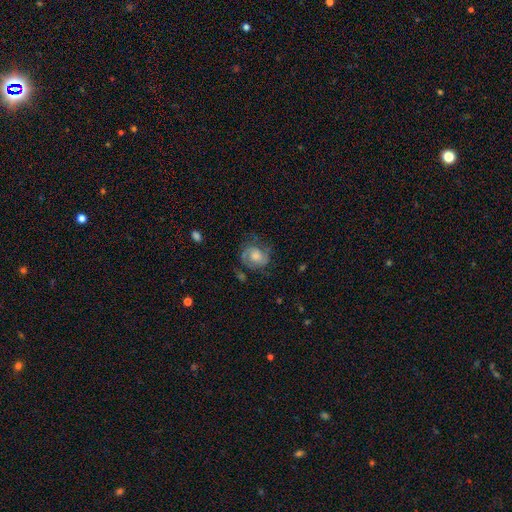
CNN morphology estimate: Q: Smooth or featured?
A: featured or disk (71%); runner-up: smooth (20%)
Q: Edge-on disk?
A: no (98%); runner-up: yes (2%)
Q: Bar?
A: no (68%); runner-up: weak (27%)
Q: Spiral arms?
A: yes (92%); runner-up: no (8%)
Q: Spiral winding?
A: tight (45%); runner-up: medium (43%)
Q: Spiral arm count?
A: 2 (76%); runner-up: can't tell (12%)
Q: Bulge size?
A: moderate (53%); runner-up: small (24%)
Q: Merging?
A: none (69%); runner-up: minor disturbance (19%)